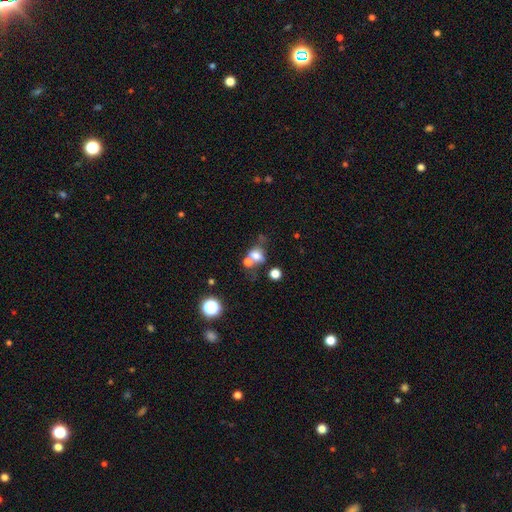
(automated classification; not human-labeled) smooth 64%, featured or disk 20%, star or artifact 15%. Down the decision tree: how rounded — in between (58%); merging — merger (40%).